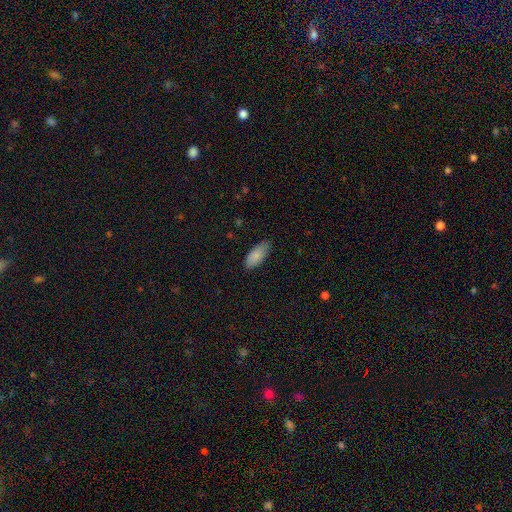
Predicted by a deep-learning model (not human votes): Morphology: type=smooth (87%); roundness=in between (86%); merging=none (75%).